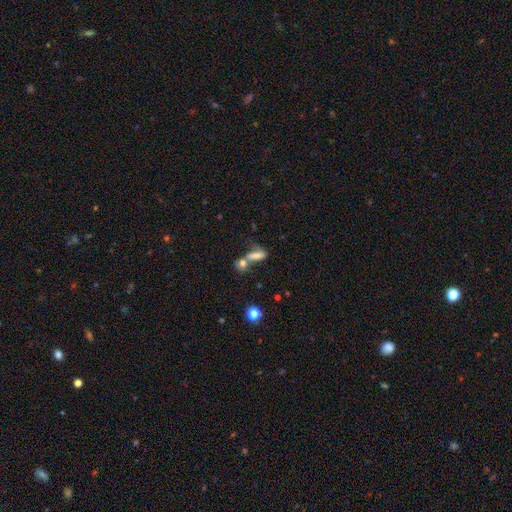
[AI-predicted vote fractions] Overall: smooth (68%). How rounded: in between (58%; cigar-shaped 32%). Merging: merger (50%; none 27%).